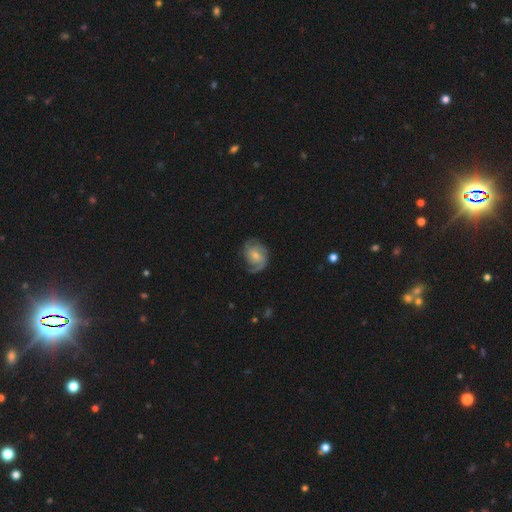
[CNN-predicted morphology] Overall: featured or disk (71%). Edge-on disk: no (97%). Bar: no (60%; weak 35%). Spiral arms: yes (93%). Spiral arm count: 2 (40%; can't tell 22%). Spiral winding: medium (42%; tight 38%). Bulge size: small (51%; moderate 41%). Merging: none (64%).